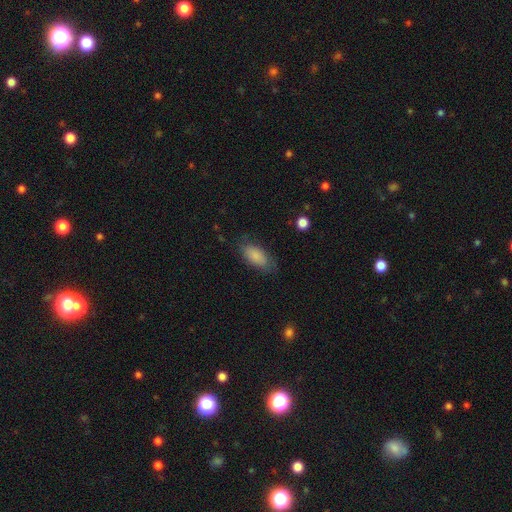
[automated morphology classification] Overall: smooth (85%). How rounded: in between (90%). Merging: none (75%).